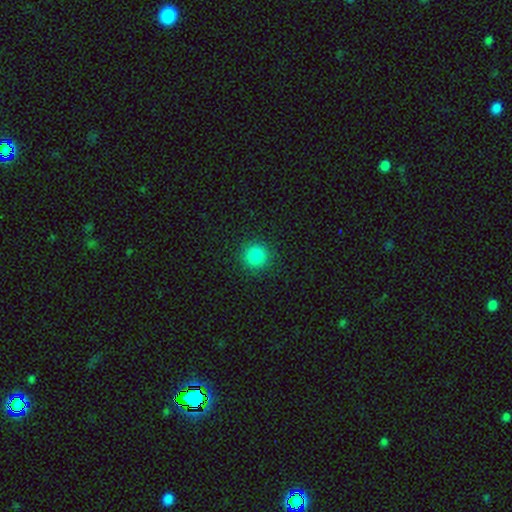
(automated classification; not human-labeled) Overall: smooth (84%). How rounded: round (94%). Merging: none (91%).